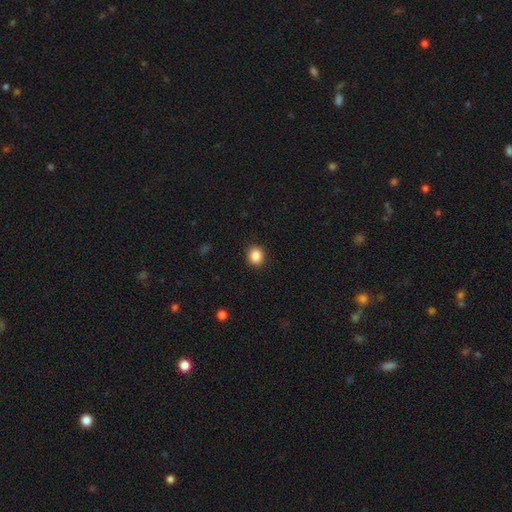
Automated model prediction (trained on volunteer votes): Smooth or featured?
  - smooth: 87% *
  - star or artifact: 9%
  - featured or disk: 3%
How rounded?
  - round: 78% *
  - in between: 21%
  - cigar-shaped: 1%
Merging?
  - none: 91% *
  - minor disturbance: 6%
  - major disturbance: 2%
  - merger: 1%